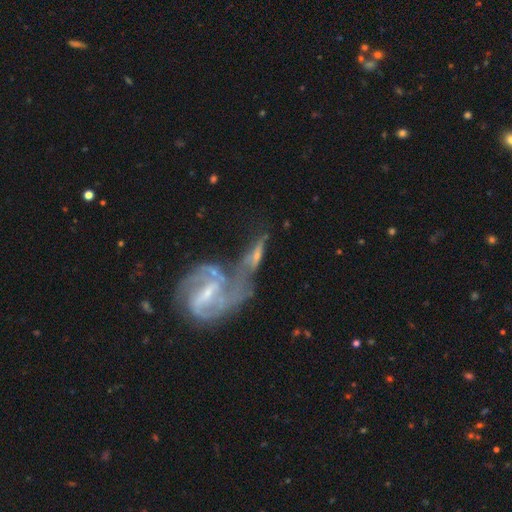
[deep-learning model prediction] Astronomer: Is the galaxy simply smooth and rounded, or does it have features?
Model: featured or disk — 74%.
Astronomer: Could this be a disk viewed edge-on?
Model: no — 84%.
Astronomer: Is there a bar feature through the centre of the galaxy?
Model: weak — 42% (runner-up: no, 29%).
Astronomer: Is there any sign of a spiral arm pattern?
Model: yes — 78%.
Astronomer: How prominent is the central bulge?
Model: small — 55%.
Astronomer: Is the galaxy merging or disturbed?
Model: merger — 59%.